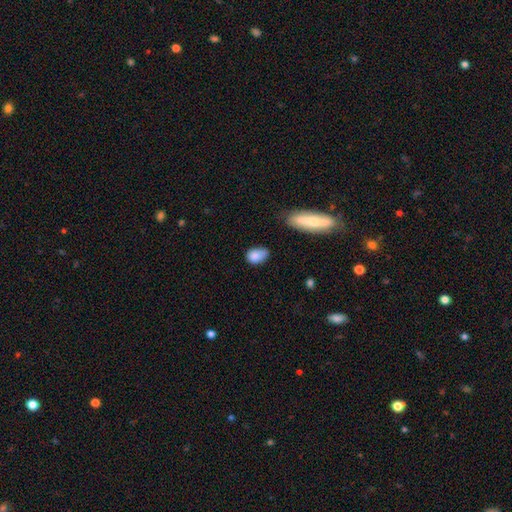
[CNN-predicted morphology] A smooth galaxy with no disk features (84%) that is in between round and cigar-shaped (79%).

Vote fractions:
- Smooth or featured? smooth: 84% / star or artifact: 9% / featured or disk: 8%
- How rounded? in between: 79% / round: 18% / cigar-shaped: 3%
- Merging? none: 49% / minor disturbance: 37% / major disturbance: 10% / merger: 4%